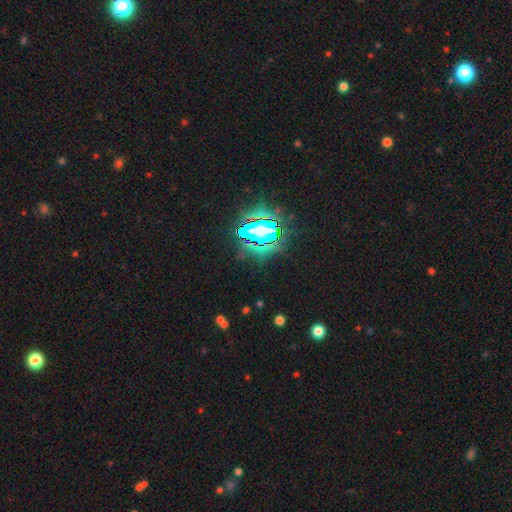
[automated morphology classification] A star or artifact, not a galaxy (84%).

Vote fractions:
- Smooth or featured? star or artifact: 84% / smooth: 10% / featured or disk: 6%